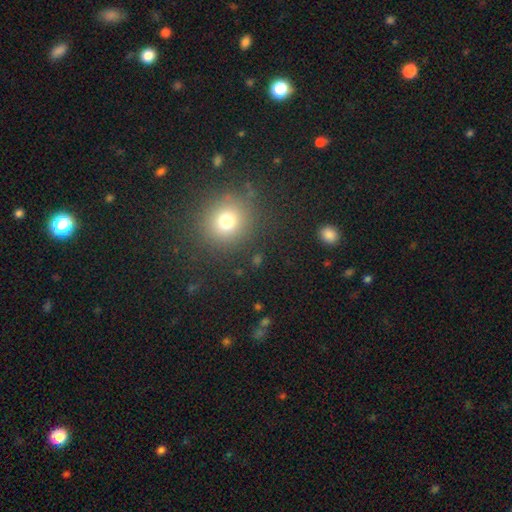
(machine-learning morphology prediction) Smooth or featured? Predicted: smooth (p=0.69). How rounded? Predicted: round (p=0.91). Merging? Predicted: none (p=0.89).